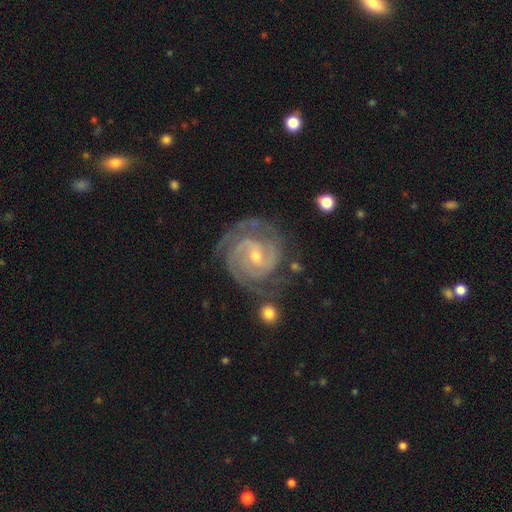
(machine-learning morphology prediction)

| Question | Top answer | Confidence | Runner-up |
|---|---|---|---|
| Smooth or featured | featured or disk | 92% | star or artifact (4%) |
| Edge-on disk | no | 98% | yes (2%) |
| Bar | weak | 48% | no (35%) |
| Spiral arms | yes | 98% | no (2%) |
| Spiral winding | tight | 71% | medium (26%) |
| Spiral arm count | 2 | 49% | 3 (27%) |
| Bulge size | small | 58% | moderate (39%) |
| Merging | none | 73% | minor disturbance (17%) |